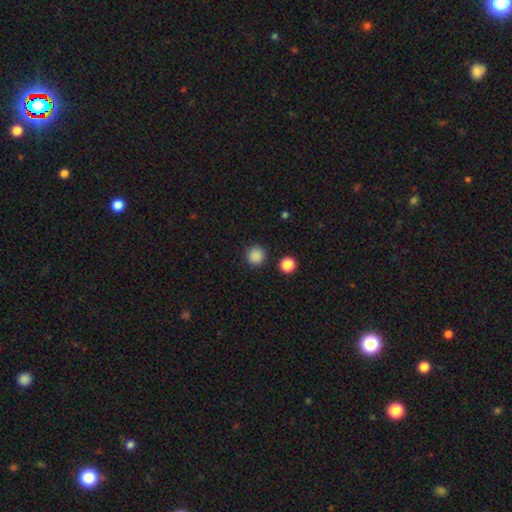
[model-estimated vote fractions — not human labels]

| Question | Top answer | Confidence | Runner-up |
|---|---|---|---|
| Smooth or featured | smooth | 87% | star or artifact (11%) |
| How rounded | round | 95% | in between (4%) |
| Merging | none | 91% | minor disturbance (5%) |